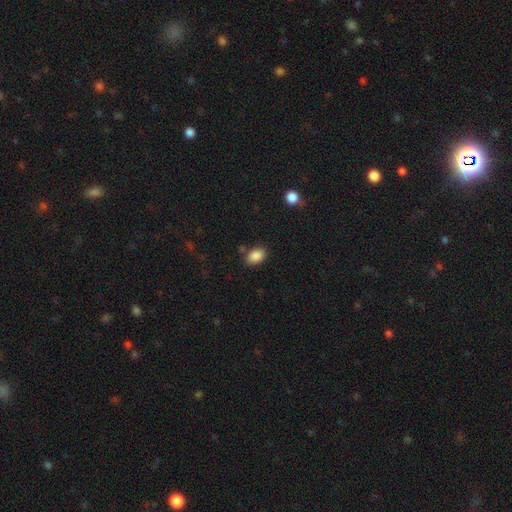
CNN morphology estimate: smooth 88%, star or artifact 8%, featured or disk 4%. Down the decision tree: how rounded — in between (83%); merging — none (80%).